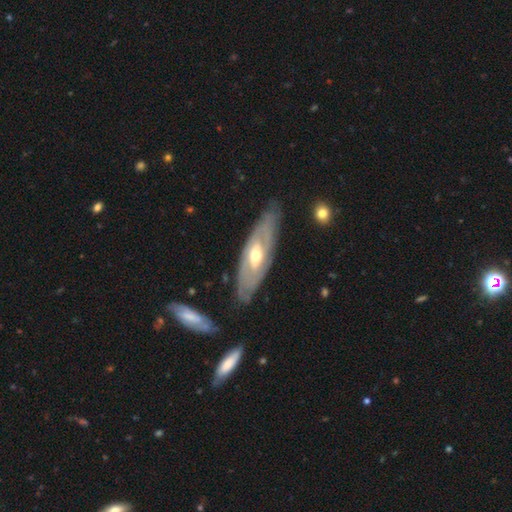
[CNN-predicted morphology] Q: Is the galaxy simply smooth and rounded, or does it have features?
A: featured or disk — 73%.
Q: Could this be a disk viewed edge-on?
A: no — 73%.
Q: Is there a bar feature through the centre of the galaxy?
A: no — 59%.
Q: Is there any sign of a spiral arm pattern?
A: yes — 54%.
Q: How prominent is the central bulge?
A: moderate — 67%.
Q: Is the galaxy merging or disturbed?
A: none — 79%.